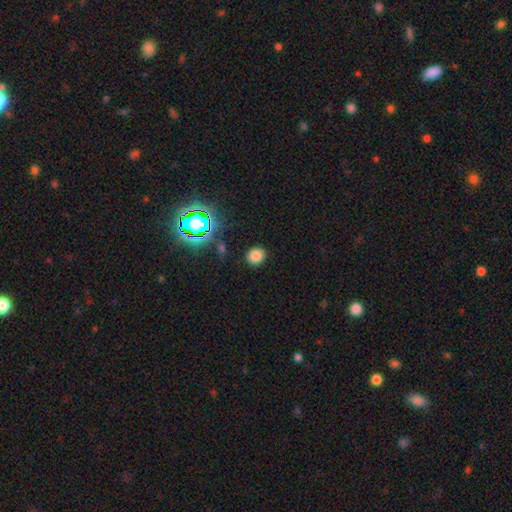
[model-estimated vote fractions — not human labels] This is likely a smooth galaxy (77%). How rounded: likely round (68%). Merging: clearly none (87%).